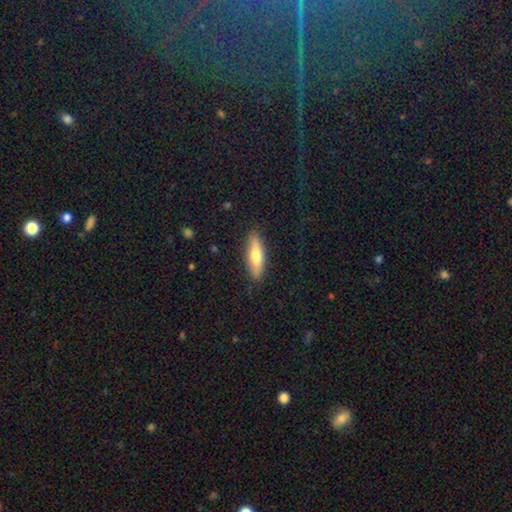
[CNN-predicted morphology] smooth_or_featured: smooth (p=0.66) [alt: featured or disk p=0.29]
how_rounded: cigar-shaped (p=0.57) [alt: in between p=0.41]
merging: none (p=0.88) [alt: minor disturbance p=0.09]